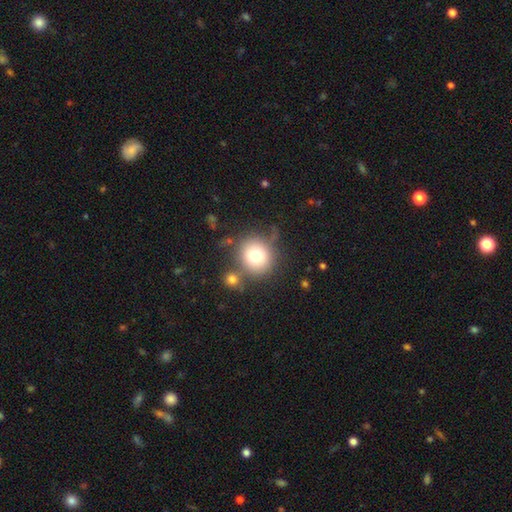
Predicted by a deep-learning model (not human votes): Overall: smooth (74%). How rounded: round (88%). Merging: none (66%).